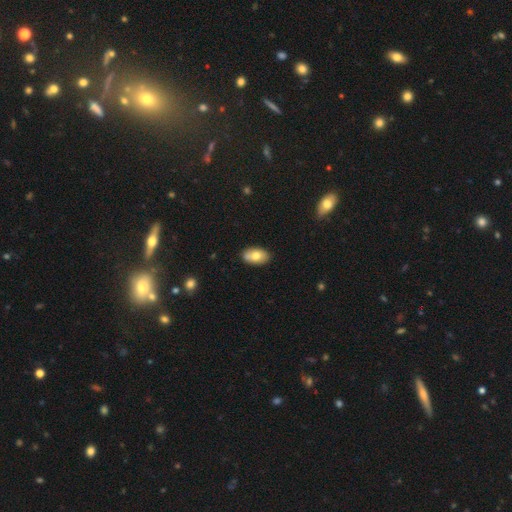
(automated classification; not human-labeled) Smooth or featured?
  - smooth: 72% *
  - featured or disk: 21%
  - star or artifact: 7%
How rounded?
  - in between: 92% *
  - round: 6%
  - cigar-shaped: 2%
Merging?
  - none: 82% *
  - minor disturbance: 12%
  - merger: 3%
  - major disturbance: 2%